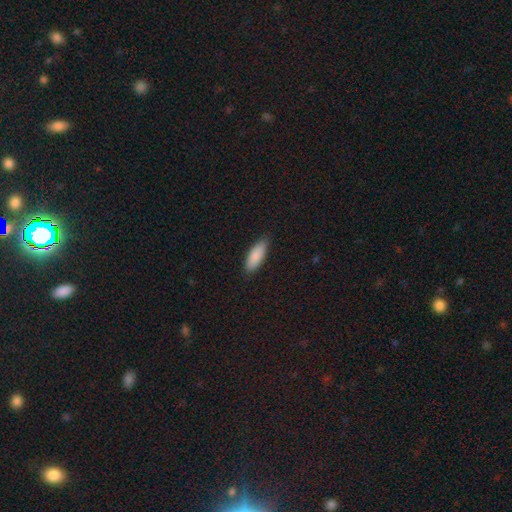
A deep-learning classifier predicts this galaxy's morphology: Smooth or featured: smooth — 88% (featured or disk — 6%)
How rounded: in between — 72% (cigar-shaped — 26%)
Merging: none — 84% (minor disturbance — 13%)